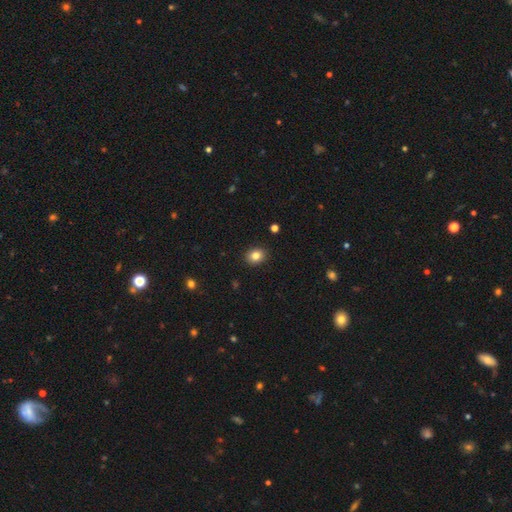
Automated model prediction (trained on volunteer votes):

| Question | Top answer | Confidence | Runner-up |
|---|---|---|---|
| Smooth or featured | smooth | 83% | star or artifact (10%) |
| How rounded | round | 54% | in between (45%) |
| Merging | none | 90% | minor disturbance (7%) |